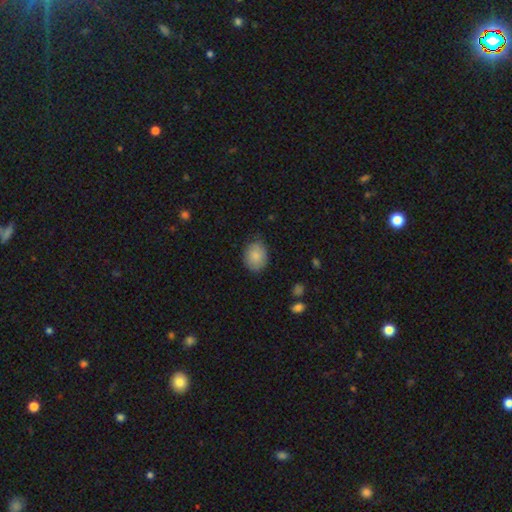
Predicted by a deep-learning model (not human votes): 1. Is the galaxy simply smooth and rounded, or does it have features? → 84% smooth, 8% featured or disk, 7% star or artifact.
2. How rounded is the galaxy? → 58% in between, 41% round, 1% cigar-shaped.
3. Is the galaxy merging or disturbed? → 78% none, 17% minor disturbance, 3% major disturbance, 1% merger.